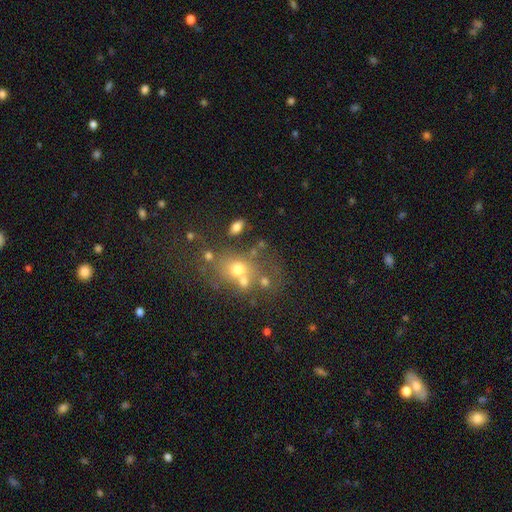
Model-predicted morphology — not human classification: A smooth galaxy with no disk features (47%). Merging: none (48%).